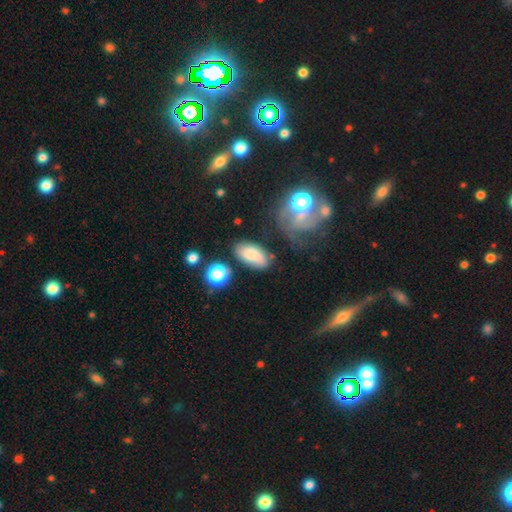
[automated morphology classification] Smooth or featured? smooth (71%)
How rounded? in between (91%)
Merging? none (63%)